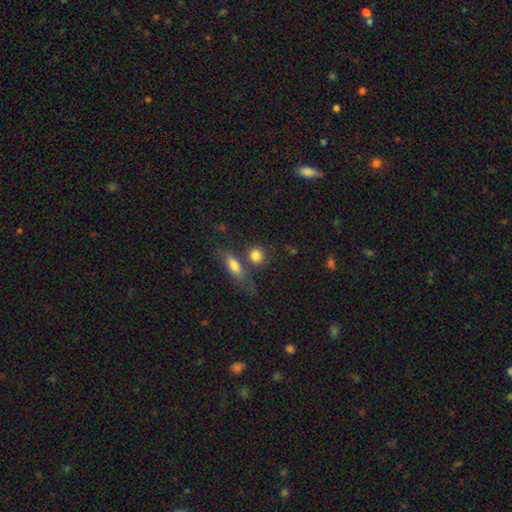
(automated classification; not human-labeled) A smooth galaxy with no disk features (82%) that is round (73%). Merging: none (62%).